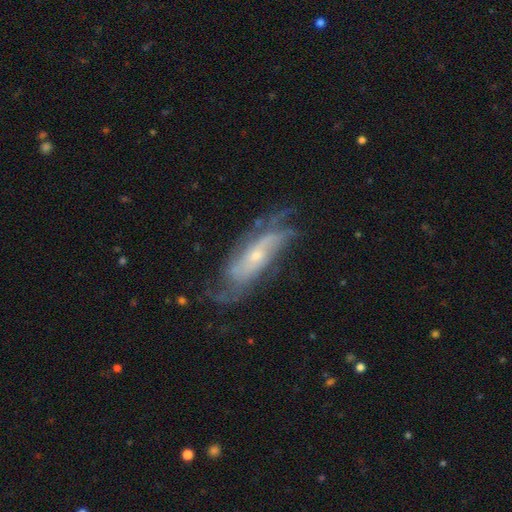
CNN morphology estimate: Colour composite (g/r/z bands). It shows a featured or disk galaxy (81%) with no bar (64%), tight (42%) spiral arms (92%) and a small central bulge (70%). Merging: none (67%).